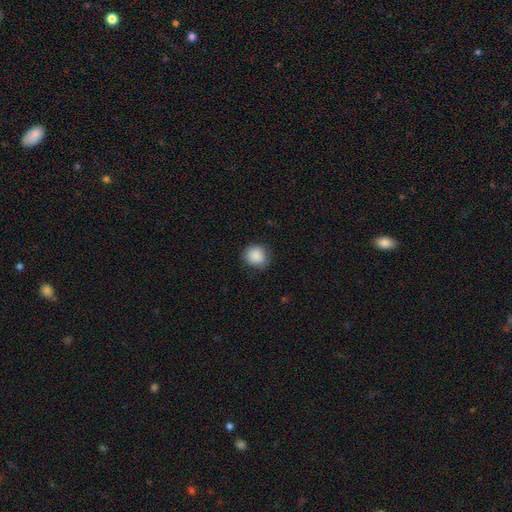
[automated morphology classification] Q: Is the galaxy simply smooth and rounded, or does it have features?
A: smooth — 89%.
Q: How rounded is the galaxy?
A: round — 85%.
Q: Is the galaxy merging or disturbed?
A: none — 83%.